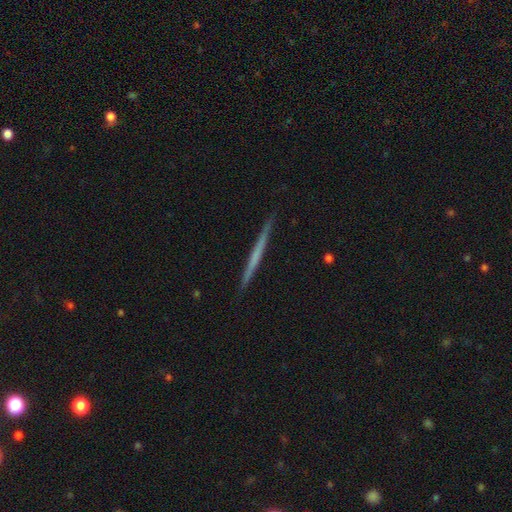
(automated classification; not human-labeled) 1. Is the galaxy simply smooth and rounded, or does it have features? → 54% featured or disk, 40% smooth, 6% star or artifact.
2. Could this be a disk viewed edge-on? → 98% yes, 2% no.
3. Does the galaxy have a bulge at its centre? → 90% none, 6% rounded, 3% boxy.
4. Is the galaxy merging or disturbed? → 92% none, 6% minor disturbance, 1% major disturbance, 1% merger.